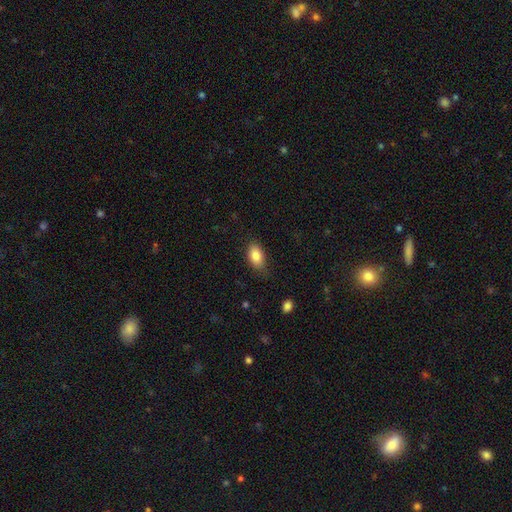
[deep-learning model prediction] Smooth or featured? smooth (85%)
How rounded? in between (91%)
Merging? none (76%)